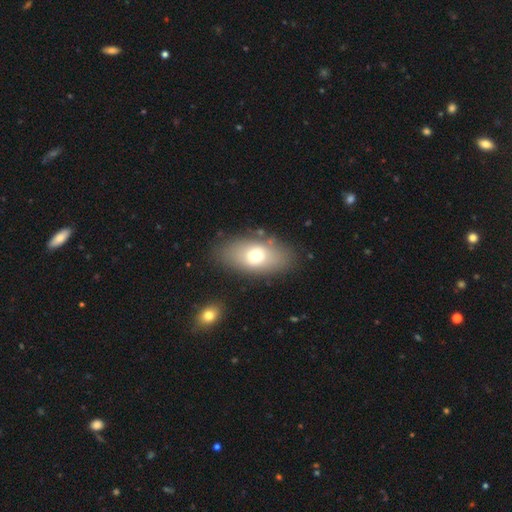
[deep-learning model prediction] The model was most divided on "smooth or featured": smooth: 68%, featured or disk: 22%, star or artifact: 9%. More confident: how rounded — in between (88%); merging — none (82%).